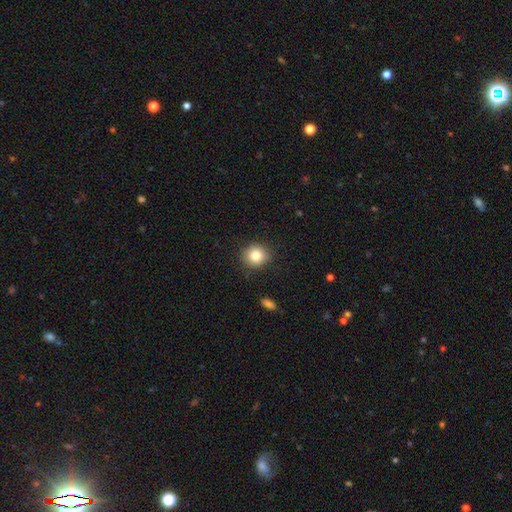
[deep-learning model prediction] smooth_or_featured: smooth (p=0.82) [alt: star or artifact p=0.10]
how_rounded: round (p=0.86) [alt: in between p=0.13]
merging: none (p=0.86) [alt: minor disturbance p=0.10]